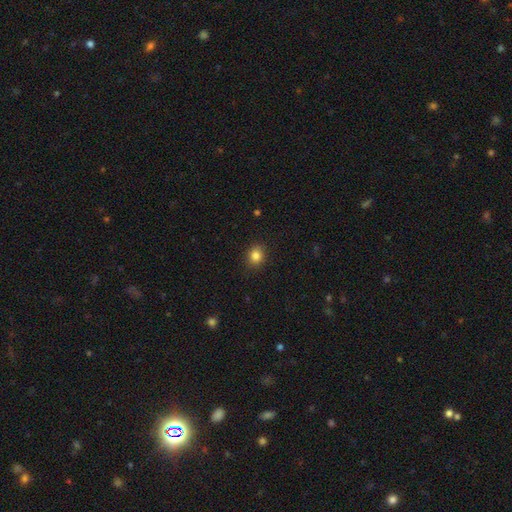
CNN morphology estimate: A smooth galaxy with no disk features (84%) that is round (66%). Merging: none (88%).